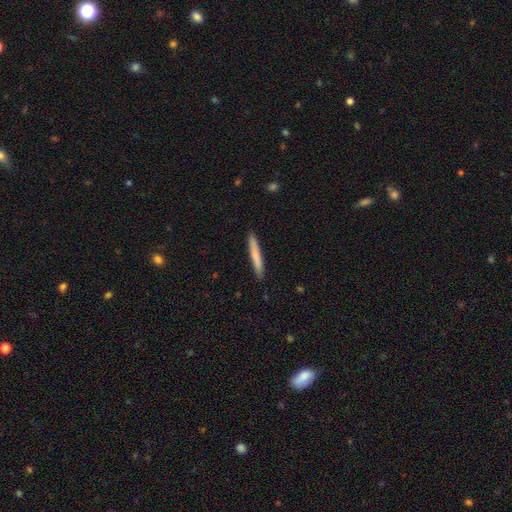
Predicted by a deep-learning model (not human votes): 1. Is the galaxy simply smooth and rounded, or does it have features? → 76% smooth, 19% featured or disk, 5% star or artifact.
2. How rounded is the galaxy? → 96% cigar-shaped, 3% in between, 1% round.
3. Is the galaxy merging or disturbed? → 91% none, 7% minor disturbance, 1% major disturbance, 1% merger.